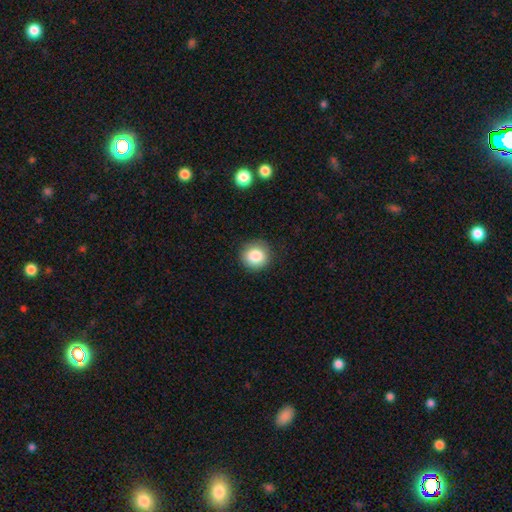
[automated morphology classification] Smooth or featured? smooth (84%)
How rounded? round (92%)
Merging? none (88%)